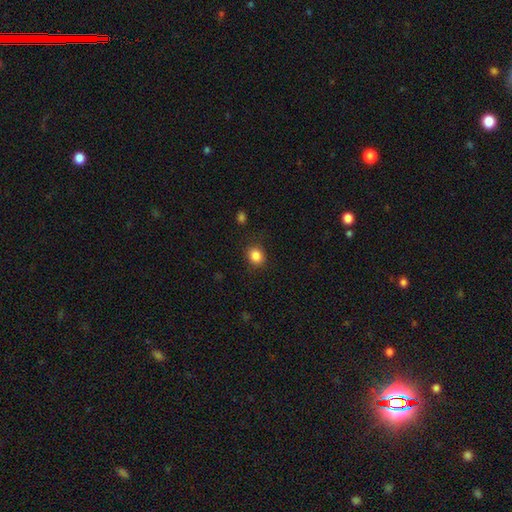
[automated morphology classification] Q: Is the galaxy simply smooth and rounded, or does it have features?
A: smooth — 86%.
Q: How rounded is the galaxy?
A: round — 65%.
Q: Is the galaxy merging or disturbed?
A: none — 84%.